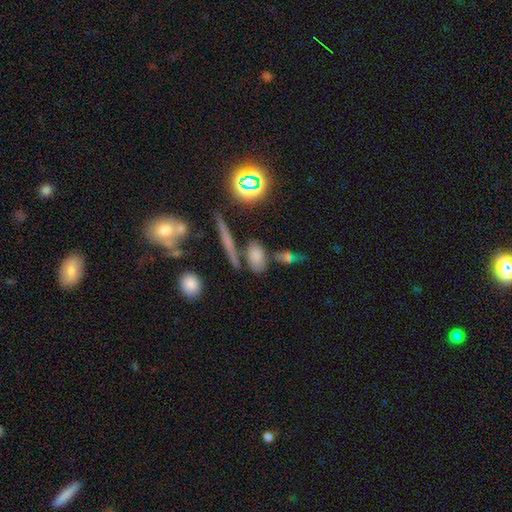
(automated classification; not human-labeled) The model was most divided on "smooth or featured": smooth: 65%, featured or disk: 19%, star or artifact: 16%. More confident: how rounded — in between (65%); merging — none (63%).